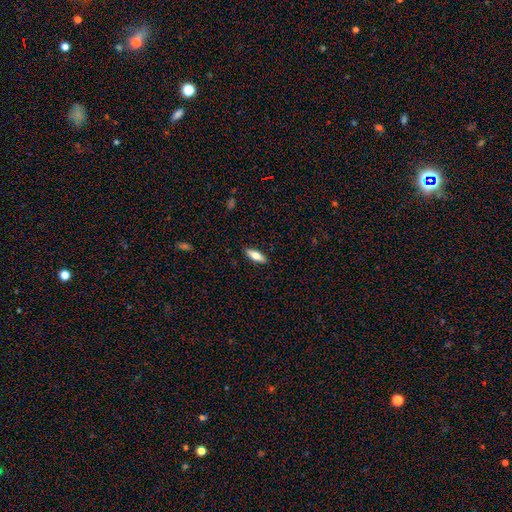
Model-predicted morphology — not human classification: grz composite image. It shows a smooth galaxy with no disk features (72%) that is in between round and cigar-shaped (60%). Merging: none (89%).